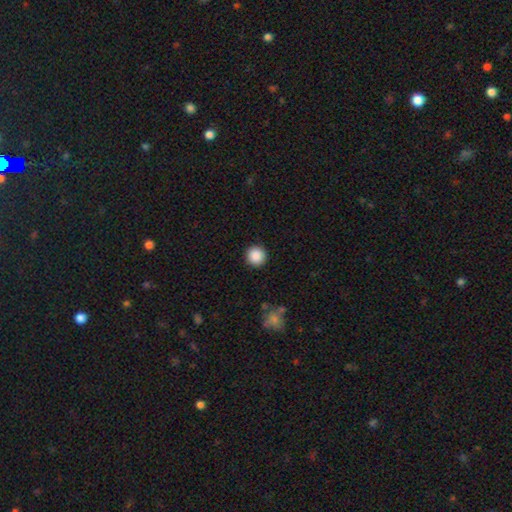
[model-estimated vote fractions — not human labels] smooth-or-featured: smooth: 88% | star or artifact: 9% | featured or disk: 3%
  how-rounded: round: 95% | in between: 4% | cigar-shaped: 1%
  merging: none: 91% | minor disturbance: 6% | major disturbance: 2% | merger: 1%